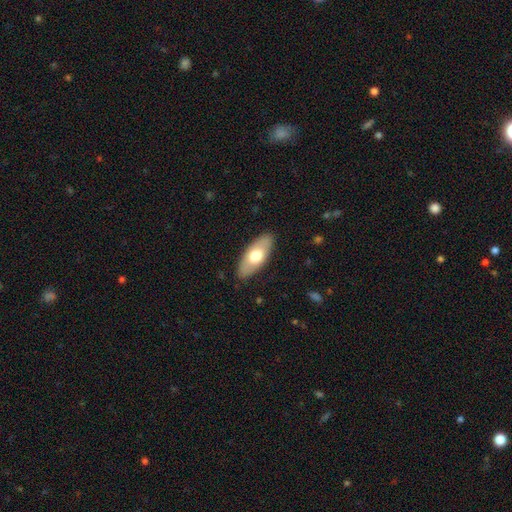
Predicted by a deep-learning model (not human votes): A smooth galaxy with no disk features (62%) that is in between round and cigar-shaped (86%). Merging: none (87%).